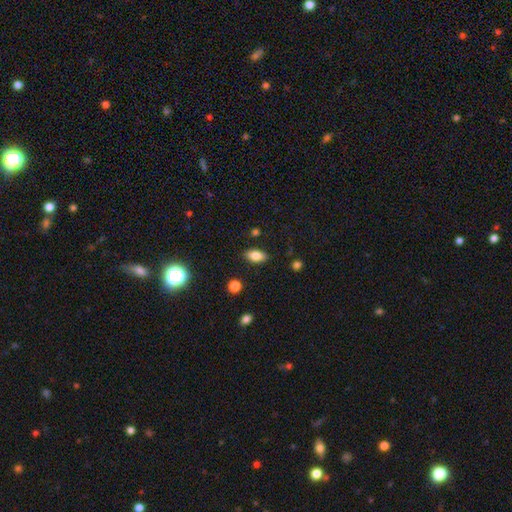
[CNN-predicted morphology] smooth-or-featured: smooth: 82% | star or artifact: 10% | featured or disk: 9%
  how-rounded: in between: 90% | round: 6% | cigar-shaped: 5%
  merging: none: 86% | minor disturbance: 10% | major disturbance: 2% | merger: 2%